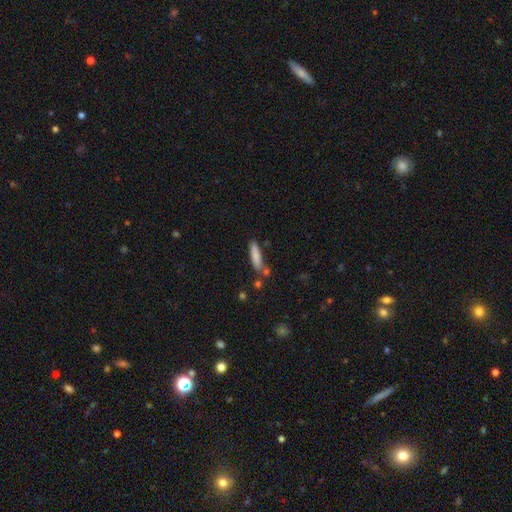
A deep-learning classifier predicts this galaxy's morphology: Smooth or featured?
  - smooth: 81% *
  - featured or disk: 12%
  - star or artifact: 7%
How rounded?
  - cigar-shaped: 80% *
  - in between: 18%
  - round: 2%
Merging?
  - none: 72% *
  - minor disturbance: 14%
  - merger: 10%
  - major disturbance: 3%